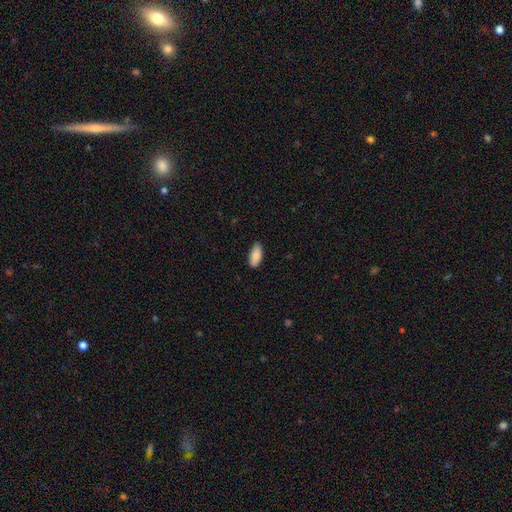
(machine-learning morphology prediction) Smooth or featured: smooth — 88% (featured or disk — 6%)
How rounded: in between — 89% (cigar-shaped — 9%)
Merging: none — 83% (minor disturbance — 14%)